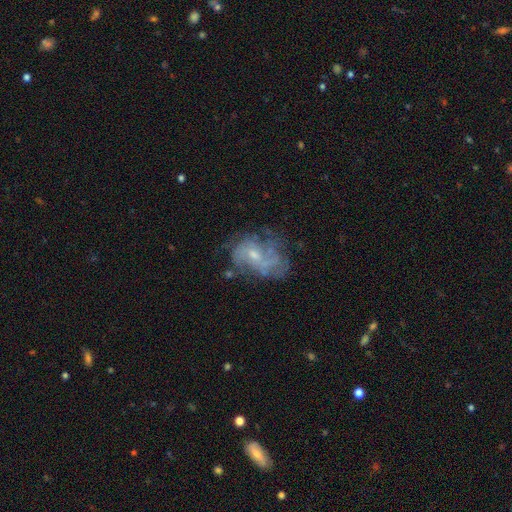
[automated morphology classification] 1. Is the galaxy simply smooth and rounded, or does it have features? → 71% featured or disk, 18% smooth, 10% star or artifact.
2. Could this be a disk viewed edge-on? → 97% no, 3% yes.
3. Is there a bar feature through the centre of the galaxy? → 67% no, 29% weak, 4% strong.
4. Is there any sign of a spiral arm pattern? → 70% yes, 30% no.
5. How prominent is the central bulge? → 60% small, 31% moderate, 6% none, 2% large, 1% dominant.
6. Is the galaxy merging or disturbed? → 50% none, 23% minor disturbance, 22% major disturbance, 5% merger.